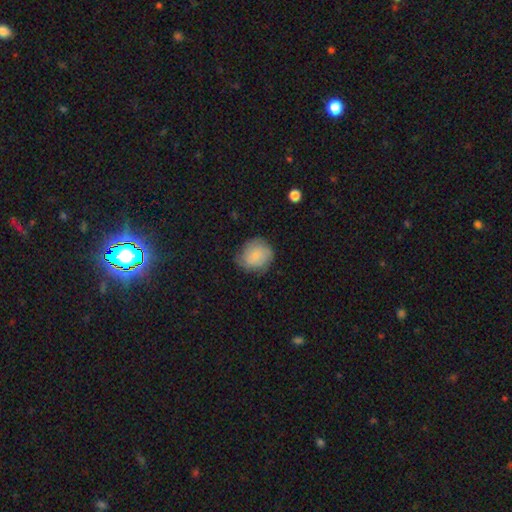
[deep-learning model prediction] A smooth galaxy with no disk features (63%) that is round (79%). Merging: none (69%).